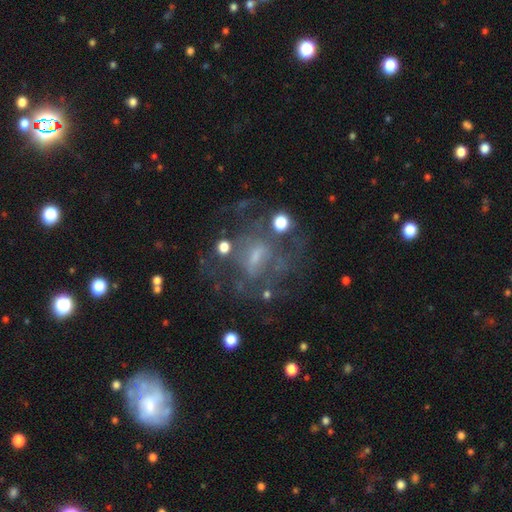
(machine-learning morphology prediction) A featured or disk galaxy (64%) with a weak bar (46%), no spiral arms (52%) and a small central bulge (55%).

Vote fractions:
- Smooth or featured? featured or disk: 64% / smooth: 20% / star or artifact: 16%
- Edge-on disk? no: 95% / yes: 5%
- Bar? weak: 46% / no: 37% / strong: 17%
- Spiral arms? no: 52% / yes: 48%
- Bulge size? small: 55% / moderate: 23% / none: 19% / large: 2% / dominant: 1%
- Merging? none: 52% / major disturbance: 24% / minor disturbance: 17% / merger: 6%